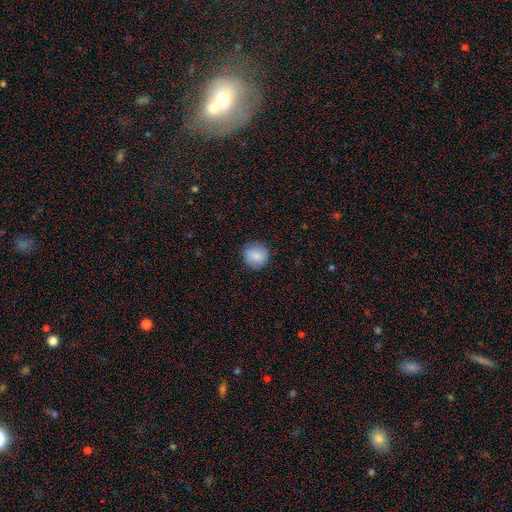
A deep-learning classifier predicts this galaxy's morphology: Overall: smooth (84%). How rounded: round (87%). Merging: none (87%).